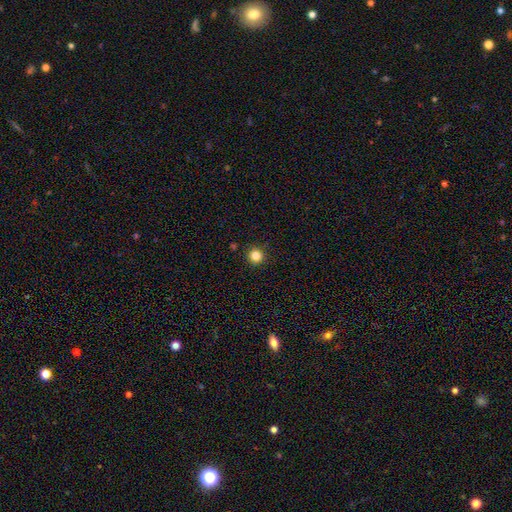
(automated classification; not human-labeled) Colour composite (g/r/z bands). It shows a smooth galaxy with no disk features (84%) that is round (95%). Merging: none (92%).